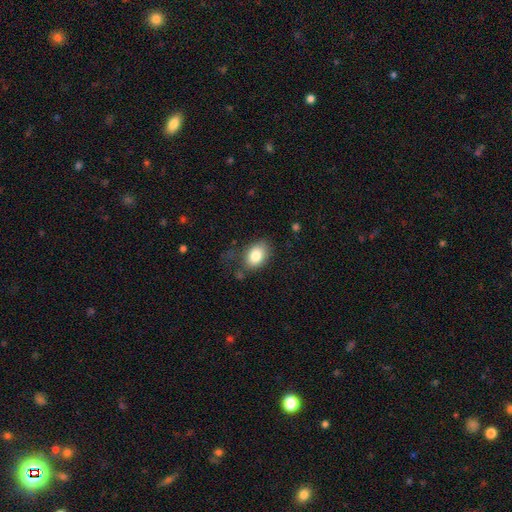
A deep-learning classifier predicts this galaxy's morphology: Smooth or featured?
  - smooth: 82% *
  - featured or disk: 10%
  - star or artifact: 8%
How rounded?
  - in between: 83% *
  - round: 16%
  - cigar-shaped: 1%
Merging?
  - none: 67% *
  - minor disturbance: 21%
  - major disturbance: 8%
  - merger: 3%